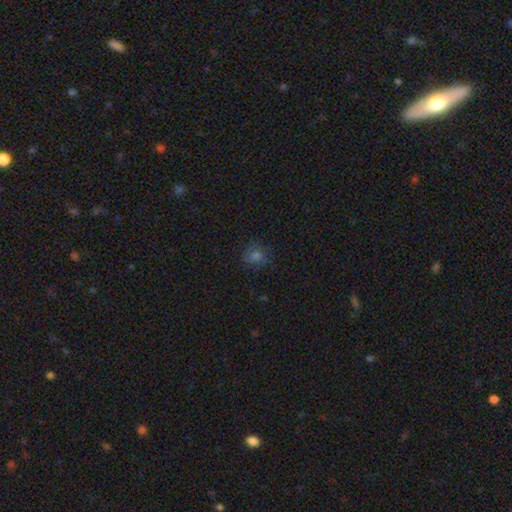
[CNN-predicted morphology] A smooth galaxy with no disk features (62%) that is round (83%). Merging: none (81%).